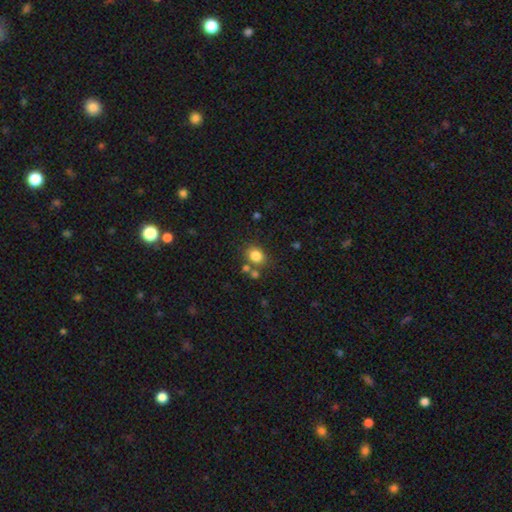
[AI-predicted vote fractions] The model was most divided on "how rounded": round: 51%, in between: 48%, cigar-shaped: 1%. More confident: smooth or featured — smooth (82%); merging — none (69%).